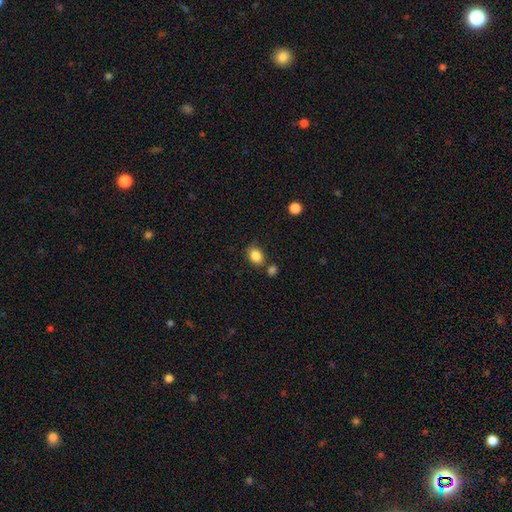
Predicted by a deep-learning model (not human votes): The model was most divided on "how rounded": in between: 66%, round: 33%, cigar-shaped: 1%. More confident: smooth or featured — smooth (85%); merging — none (72%).